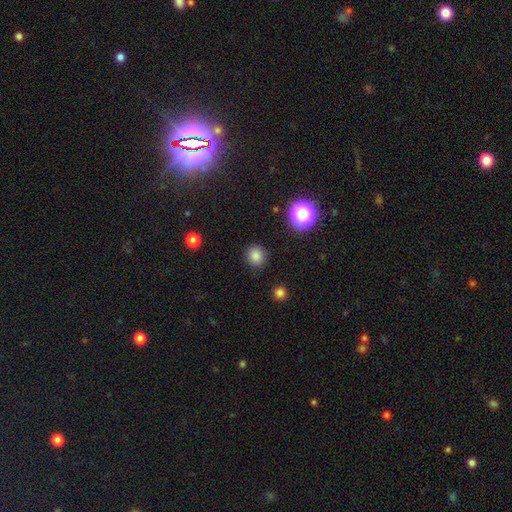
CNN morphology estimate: smooth 83%, star or artifact 14%, featured or disk 4%. Down the decision tree: how rounded — round (87%); merging — none (89%).